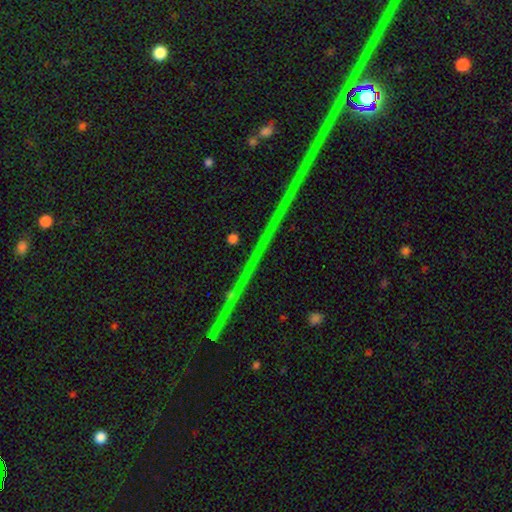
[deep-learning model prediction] Q: Smooth or featured?
A: star or artifact (81%); runner-up: featured or disk (13%)